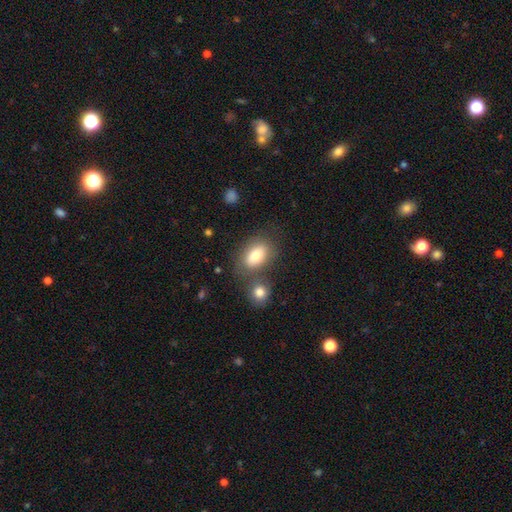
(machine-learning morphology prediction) smooth-or-featured: smooth: 78% | featured or disk: 14% | star or artifact: 8%
  how-rounded: in between: 85% | round: 13% | cigar-shaped: 2%
  merging: none: 58% | merger: 24% | minor disturbance: 13% | major disturbance: 5%